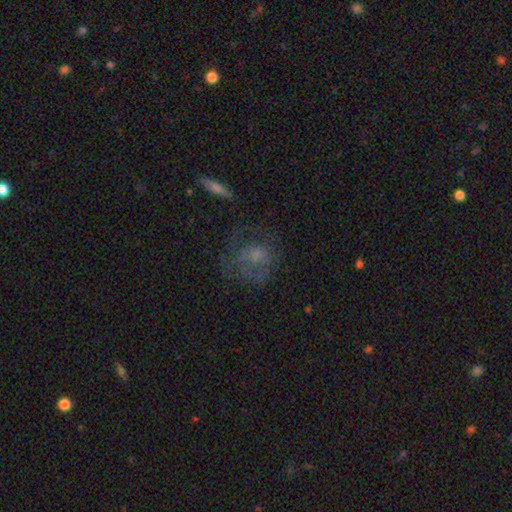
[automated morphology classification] The model was most divided on "smooth or featured": smooth: 44%, featured or disk: 43%, star or artifact: 13%. Remaining: merging — none (47%).